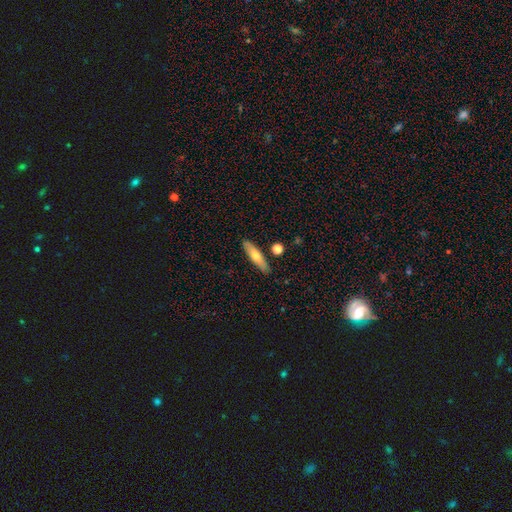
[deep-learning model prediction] Overall: smooth (62%; featured or disk 32%). How rounded: cigar-shaped (71%). Merging: none (86%).